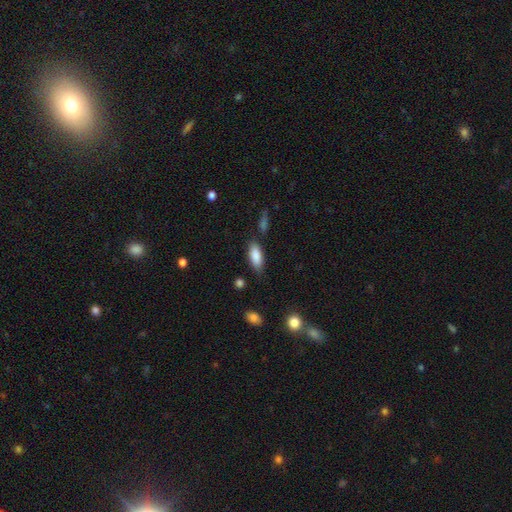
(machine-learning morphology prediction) smooth-or-featured: smooth: 86% | featured or disk: 8% | star or artifact: 6%
  how-rounded: in between: 79% | cigar-shaped: 19% | round: 2%
  merging: none: 78% | minor disturbance: 14% | merger: 4% | major disturbance: 3%